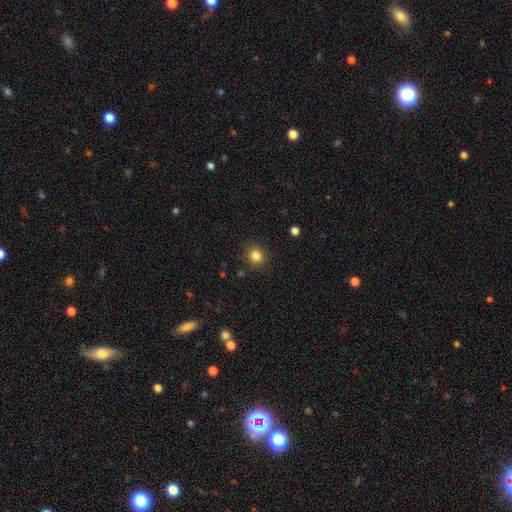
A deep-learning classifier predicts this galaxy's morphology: smooth-or-featured: smooth: 83% | star or artifact: 12% | featured or disk: 5%
  how-rounded: round: 88% | in between: 11% | cigar-shaped: 1%
  merging: none: 89% | minor disturbance: 7% | major disturbance: 2% | merger: 1%